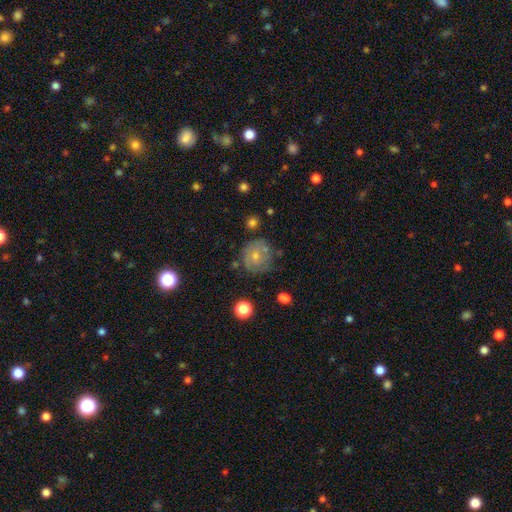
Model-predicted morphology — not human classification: smooth_or_featured: smooth (p=0.55) [alt: featured or disk p=0.35]
how_rounded: round (p=0.85) [alt: in between p=0.14]
merging: none (p=0.64) [alt: minor disturbance p=0.21]